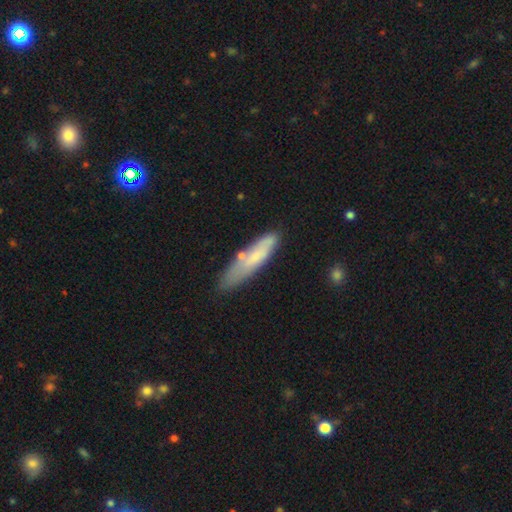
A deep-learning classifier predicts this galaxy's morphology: A smooth galaxy with no disk features (65%) that is cigar-shaped (79%).

Vote fractions:
- Smooth or featured? smooth: 65% / featured or disk: 29% / star or artifact: 7%
- How rounded? cigar-shaped: 79% / in between: 20% / round: 1%
- Merging? none: 65% / minor disturbance: 22% / merger: 7% / major disturbance: 6%